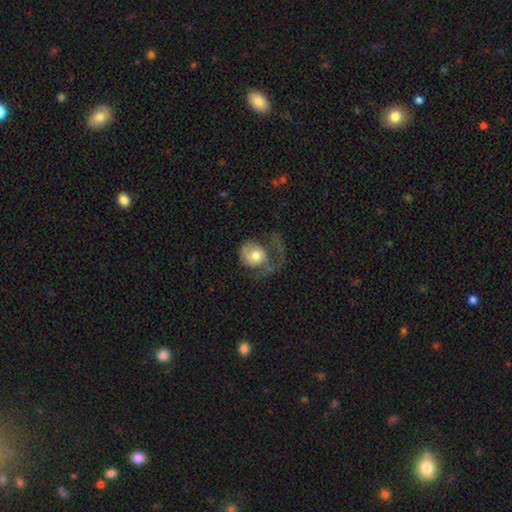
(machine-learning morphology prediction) Smooth or featured? smooth (49%)
Merging? major disturbance (63%)